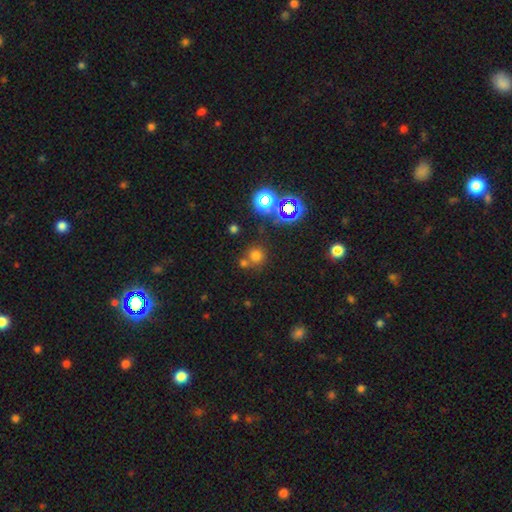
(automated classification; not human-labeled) smooth 64%, star or artifact 28%, featured or disk 8%. Down the decision tree: how rounded — round (91%); merging — none (66%).